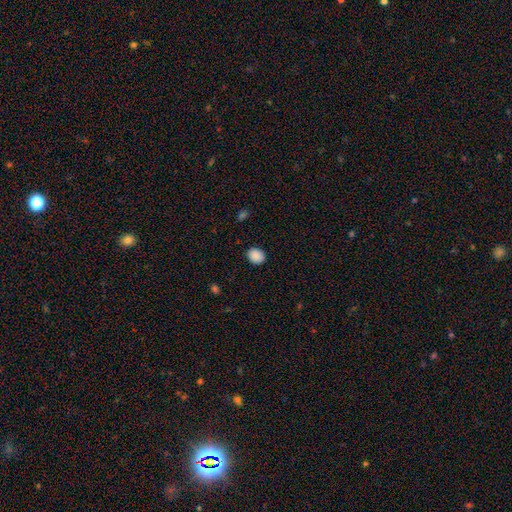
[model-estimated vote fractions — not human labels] Smooth or featured?
  - smooth: 89% *
  - star or artifact: 8%
  - featured or disk: 3%
How rounded?
  - round: 52% *
  - in between: 48%
  - cigar-shaped: 1%
Merging?
  - none: 88% *
  - minor disturbance: 8%
  - major disturbance: 2%
  - merger: 1%